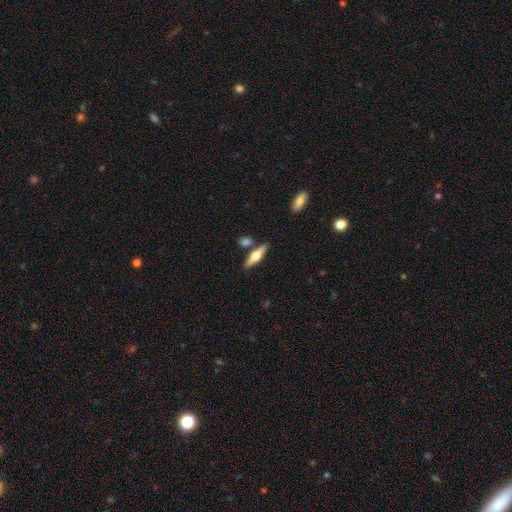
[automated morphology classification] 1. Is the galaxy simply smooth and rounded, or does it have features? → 52% featured or disk, 42% smooth, 6% star or artifact.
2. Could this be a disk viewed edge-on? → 94% yes, 6% no.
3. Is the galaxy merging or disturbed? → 77% none, 11% merger, 10% minor disturbance, 3% major disturbance.